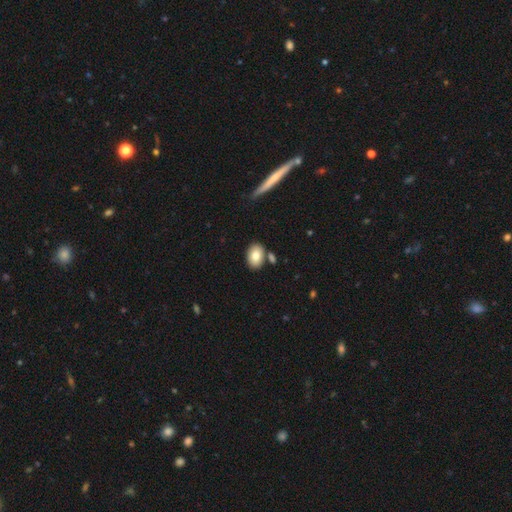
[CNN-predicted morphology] smooth-or-featured: smooth: 81% | featured or disk: 12% | star or artifact: 7%
  how-rounded: in between: 83% | round: 16% | cigar-shaped: 1%
  merging: none: 77% | minor disturbance: 11% | merger: 10% | major disturbance: 3%